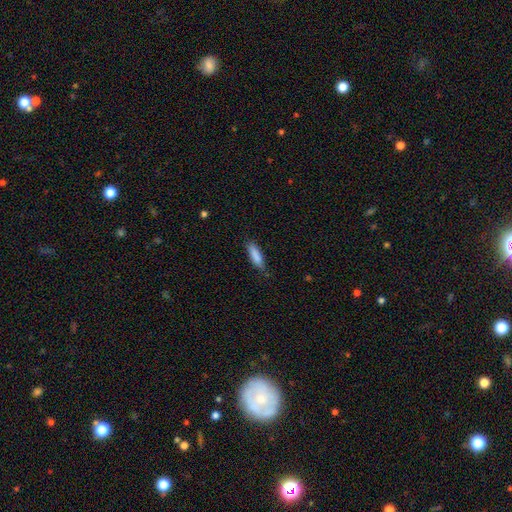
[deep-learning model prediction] This appears to be a smooth galaxy with no disk features (86%) that is cigar-shaped (59%). Merging: none (79%).